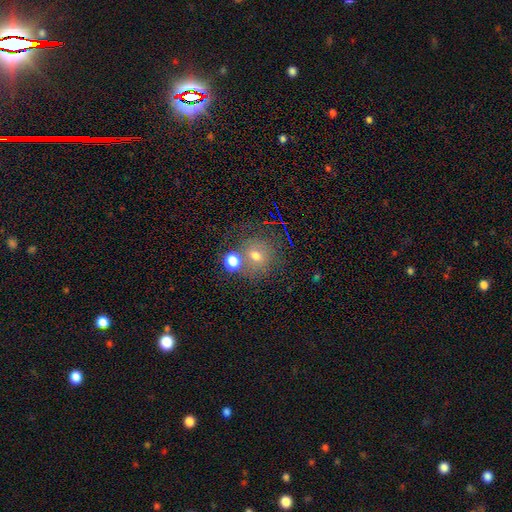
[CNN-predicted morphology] Smooth or featured: smooth — 61% (star or artifact — 19%)
How rounded: round — 87% (in between — 12%)
Merging: none — 61% (merger — 20%)